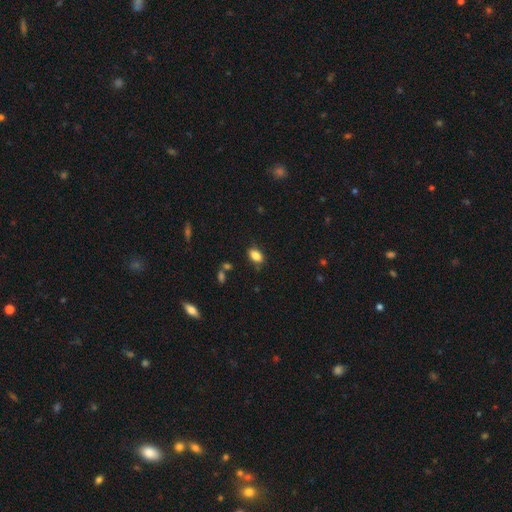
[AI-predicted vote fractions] smooth_or_featured: smooth (p=0.85) [alt: star or artifact p=0.09]
how_rounded: in between (p=0.89) [alt: round p=0.08]
merging: none (p=0.81) [alt: minor disturbance p=0.13]